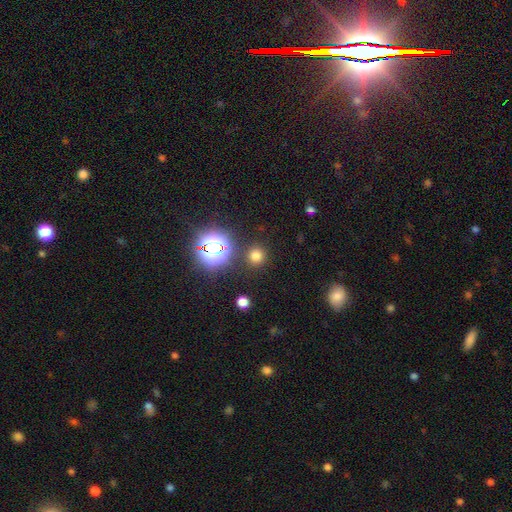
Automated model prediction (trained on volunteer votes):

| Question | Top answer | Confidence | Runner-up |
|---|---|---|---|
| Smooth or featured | smooth | 71% | star or artifact (24%) |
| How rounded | round | 93% | in between (6%) |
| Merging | none | 87% | minor disturbance (6%) |